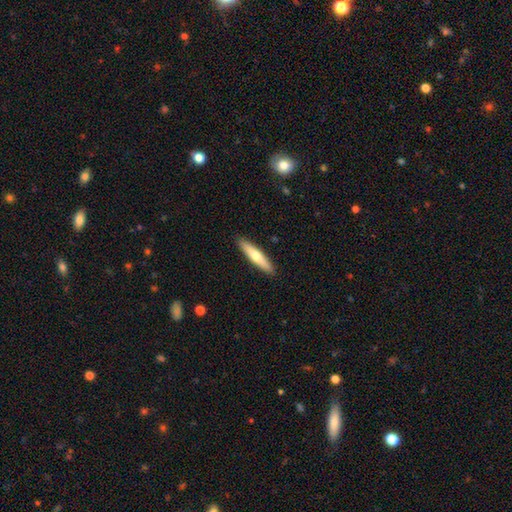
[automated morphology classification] Smooth or featured? smooth (59%)
How rounded? cigar-shaped (84%)
Merging? none (91%)